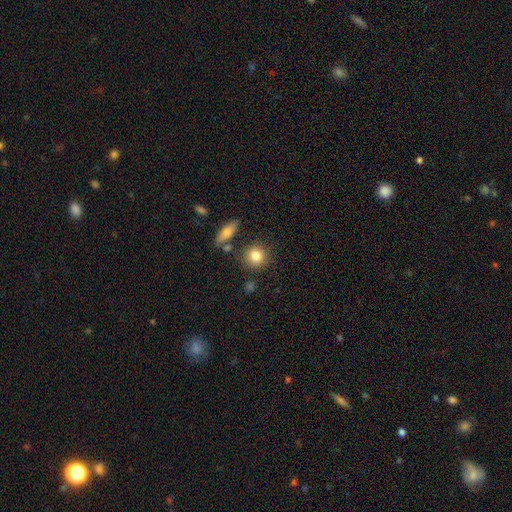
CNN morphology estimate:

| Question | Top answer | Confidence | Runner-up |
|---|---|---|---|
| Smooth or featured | smooth | 83% | featured or disk (9%) |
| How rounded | round | 85% | in between (13%) |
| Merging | none | 80% | minor disturbance (10%) |